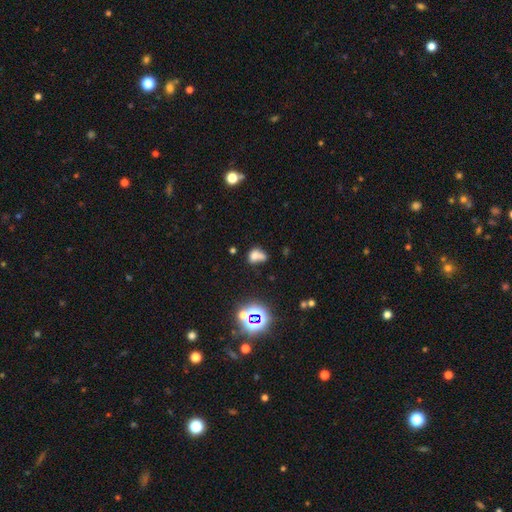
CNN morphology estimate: smooth 61%, star or artifact 20%, featured or disk 18%. Down the decision tree: how rounded — in between (61%); merging — merger (44%).